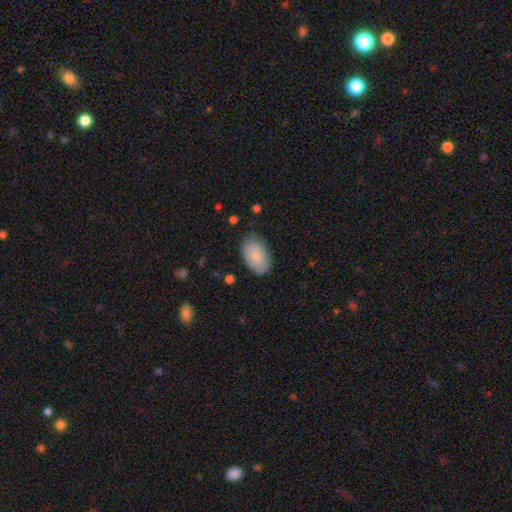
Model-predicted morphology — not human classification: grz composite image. It shows a smooth galaxy with no disk features (85%) that is in between round and cigar-shaped (93%). Merging: none (78%).